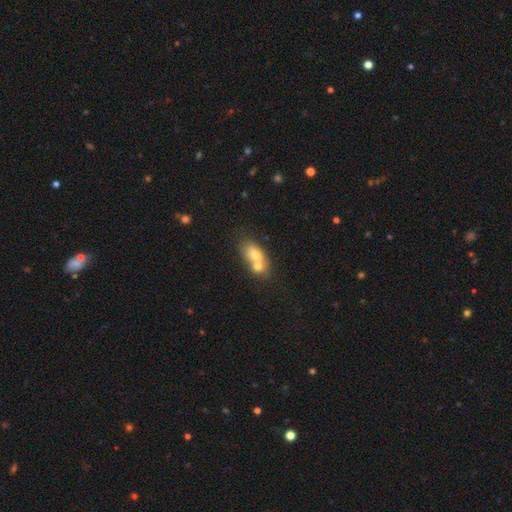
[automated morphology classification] This is likely a smooth galaxy (67%). How rounded: likely in between (72%). Merging: likely merger (63%).